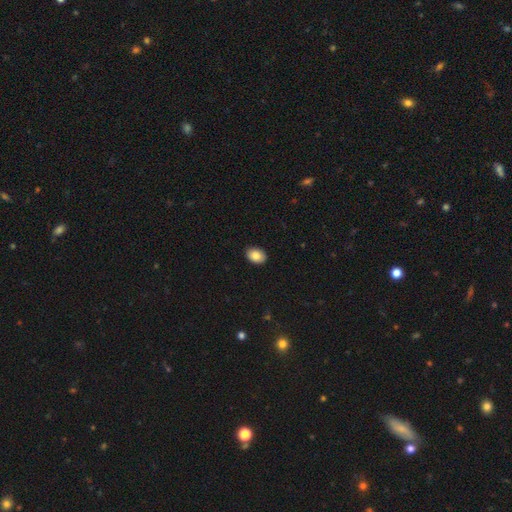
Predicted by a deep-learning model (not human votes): This appears to be a smooth galaxy with no disk features (87%) that is in between round and cigar-shaped (76%). Merging: none (90%).